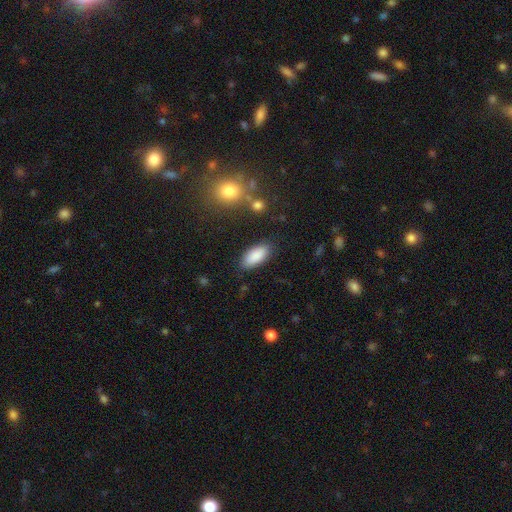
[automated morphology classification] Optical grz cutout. It shows a smooth galaxy with no disk features (88%) that is in between round and cigar-shaped (87%). Merging: none (85%).